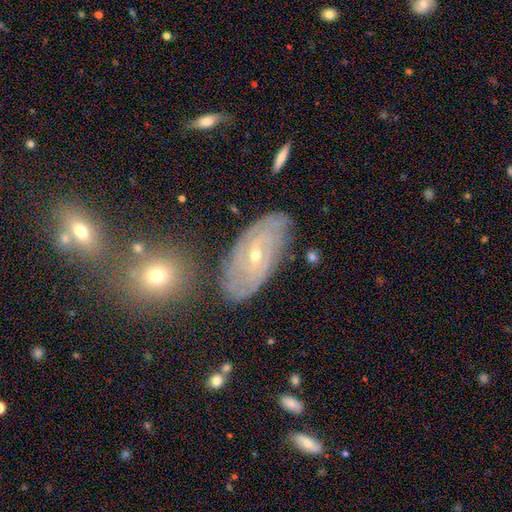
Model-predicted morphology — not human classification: A featured or disk galaxy (83%) with no bar (44%), tight (77%) spiral arms (92%) and a small central bulge (61%). Merging: none (78%).